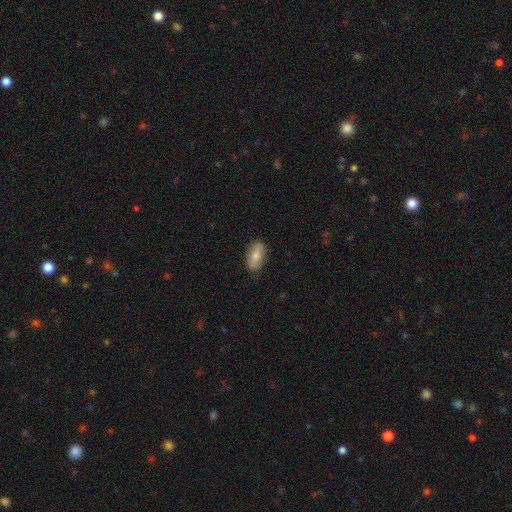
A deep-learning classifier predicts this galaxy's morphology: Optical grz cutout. It shows a smooth galaxy with no disk features (71%) that is in between round and cigar-shaped (91%). Merging: none (84%).